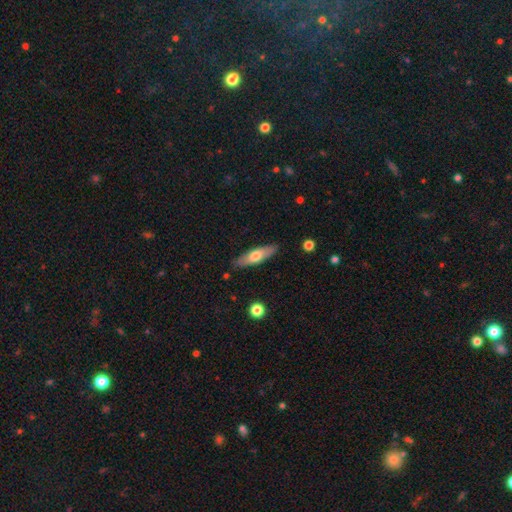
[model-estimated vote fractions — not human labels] smooth_or_featured: smooth (p=0.59) [alt: featured or disk p=0.36]
how_rounded: cigar-shaped (p=0.57) [alt: in between p=0.41]
merging: none (p=0.86) [alt: minor disturbance p=0.11]